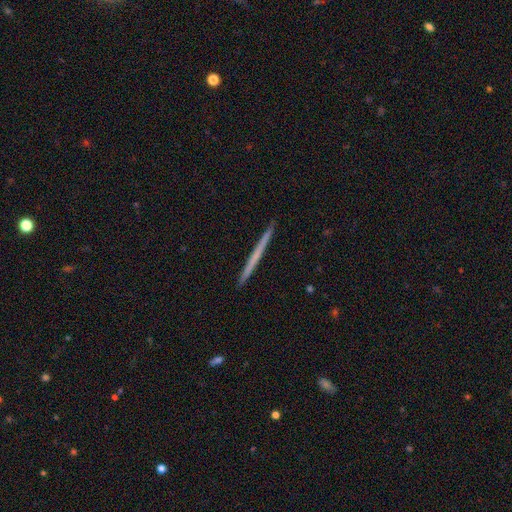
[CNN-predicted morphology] type=featured or disk (50%); edge-on=yes (98%); merging=none (93%).